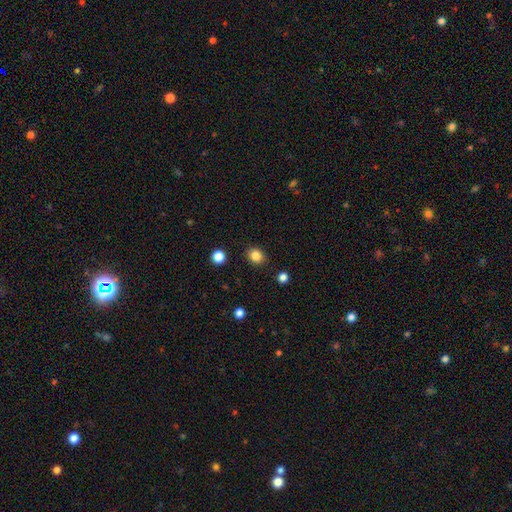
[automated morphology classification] Smooth or featured?
  - smooth: 84% *
  - star or artifact: 11%
  - featured or disk: 5%
How rounded?
  - round: 70% *
  - in between: 29%
  - cigar-shaped: 1%
Merging?
  - none: 89% *
  - minor disturbance: 7%
  - major disturbance: 2%
  - merger: 2%